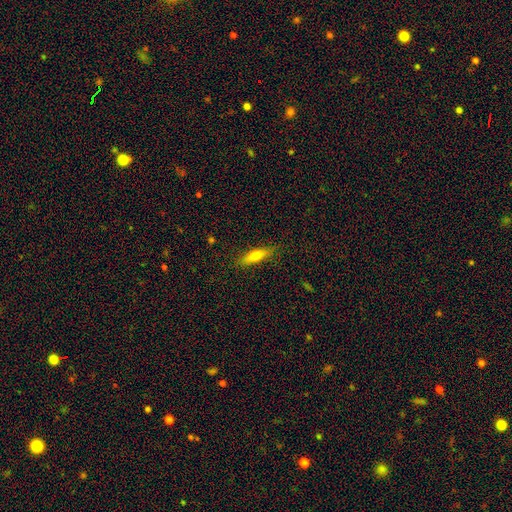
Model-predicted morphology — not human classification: Overall: smooth (62%; featured or disk 31%). How rounded: cigar-shaped (66%; in between 31%). Merging: none (84%).